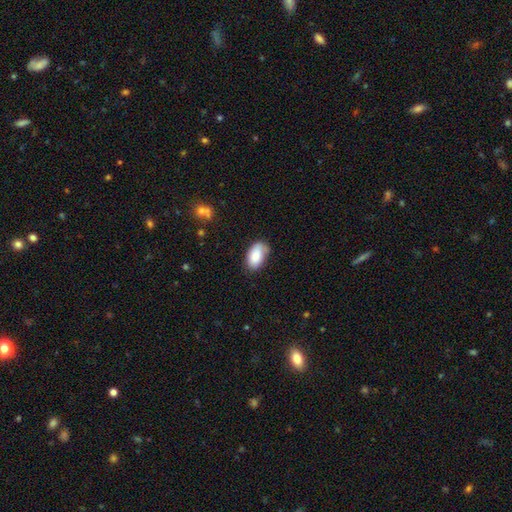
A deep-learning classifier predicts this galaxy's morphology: Q: Smooth or featured?
A: smooth (82%); runner-up: featured or disk (11%)
Q: How rounded?
A: in between (94%); runner-up: round (5%)
Q: Merging?
A: none (64%); runner-up: minor disturbance (27%)